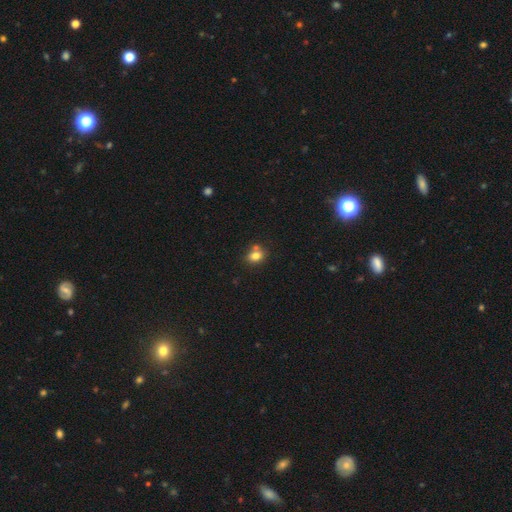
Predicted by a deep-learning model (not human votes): smooth-or-featured: smooth: 79% | star or artifact: 11% | featured or disk: 10%
  how-rounded: round: 50% | in between: 49% | cigar-shaped: 1%
  merging: none: 60% | merger: 23% | minor disturbance: 13% | major disturbance: 3%